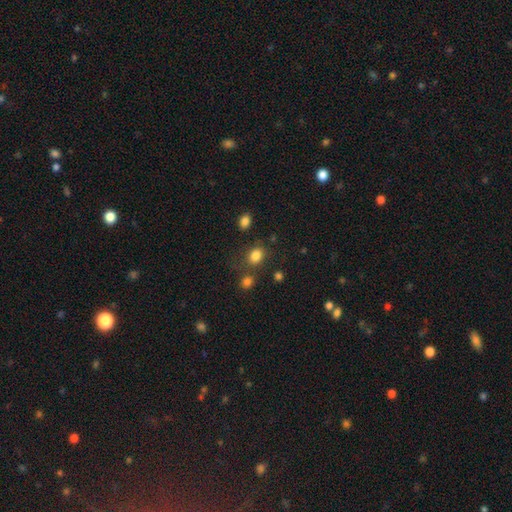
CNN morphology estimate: smooth-or-featured: smooth: 83% | star or artifact: 12% | featured or disk: 6%
  how-rounded: in between: 53% | round: 46% | cigar-shaped: 1%
  merging: none: 70% | minor disturbance: 13% | merger: 11% | major disturbance: 6%